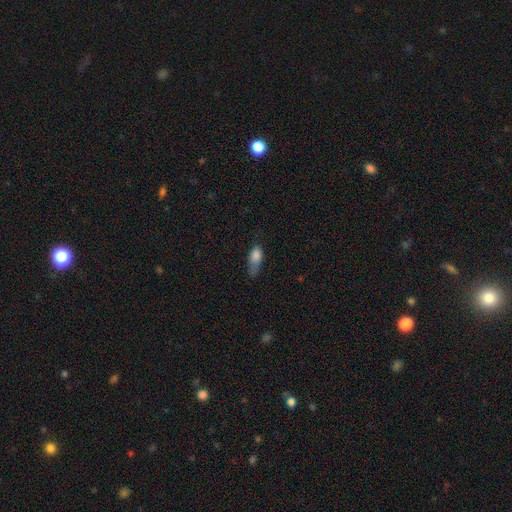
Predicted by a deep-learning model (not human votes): Smooth or featured? smooth (80%)
How rounded? in between (79%)
Merging? minor disturbance (40%)